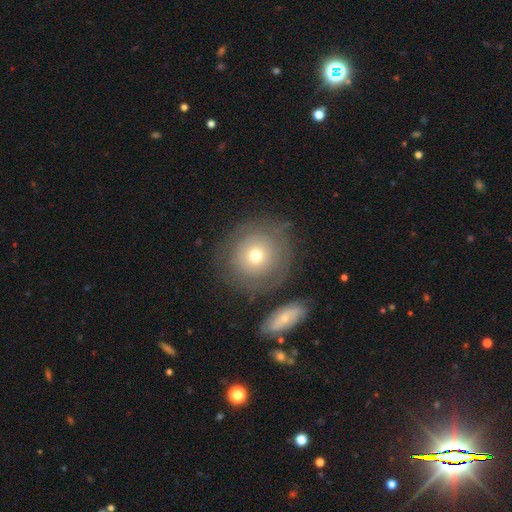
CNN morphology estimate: Smooth or featured: smooth — 55% (featured or disk — 36%)
How rounded: round — 89% (in between — 10%)
Merging: none — 75% (minor disturbance — 13%)